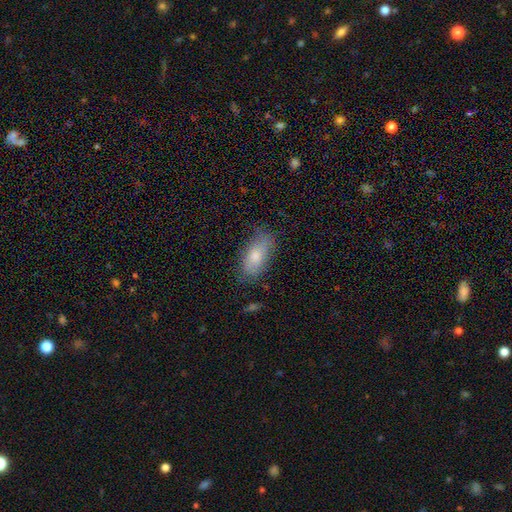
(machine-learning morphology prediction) The model was most divided on "merging": none: 71%, minor disturbance: 22%, major disturbance: 5%, merger: 2%. More confident: how rounded — in between (87%); smooth or featured — smooth (72%).